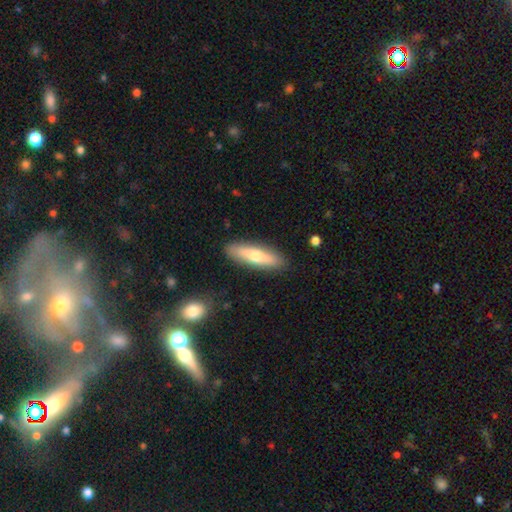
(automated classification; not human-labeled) smooth_or_featured: smooth (p=0.60) [alt: featured or disk p=0.34]
how_rounded: cigar-shaped (p=0.67) [alt: in between p=0.31]
merging: none (p=0.87) [alt: minor disturbance p=0.09]